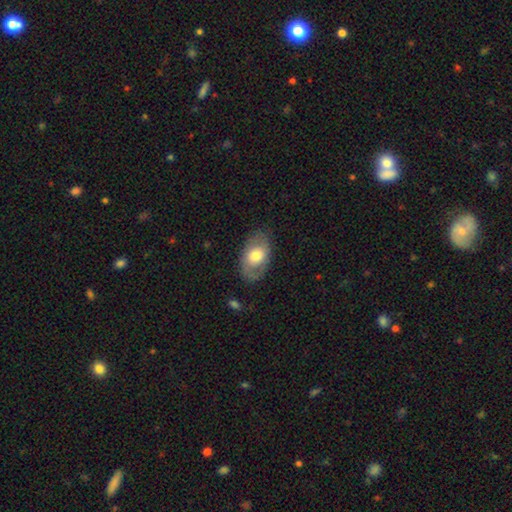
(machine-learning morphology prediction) This appears to be a smooth galaxy with no disk features (59%) that is in between round and cigar-shaped (89%). Merging: none (74%).